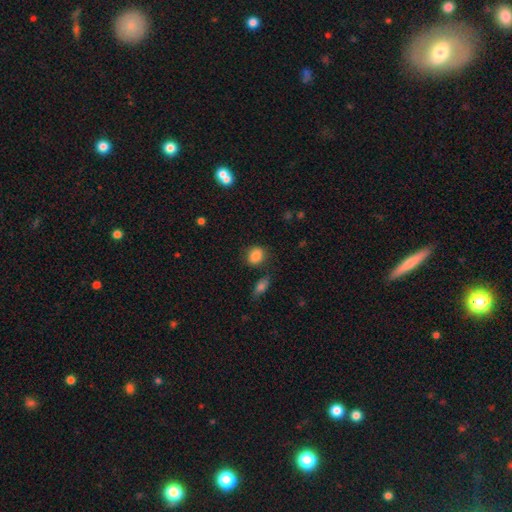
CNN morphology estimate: smooth 85%, star or artifact 9%, featured or disk 5%. Down the decision tree: how rounded — round (55%); merging — none (78%).